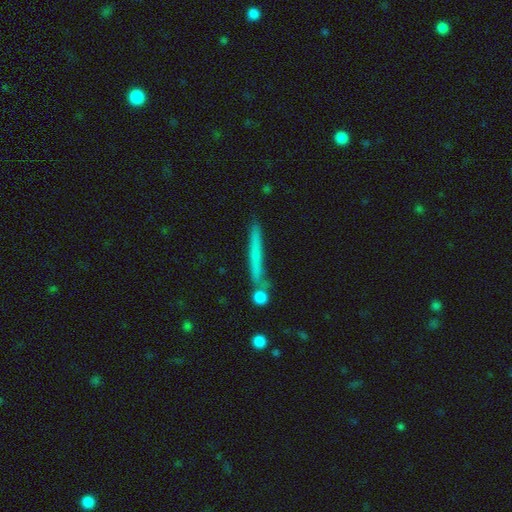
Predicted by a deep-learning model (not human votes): Smooth or featured?
  - smooth: 56% *
  - featured or disk: 36%
  - star or artifact: 9%
How rounded?
  - cigar-shaped: 95% *
  - in between: 3%
  - round: 2%
Merging?
  - none: 79% *
  - minor disturbance: 12%
  - merger: 6%
  - major disturbance: 3%